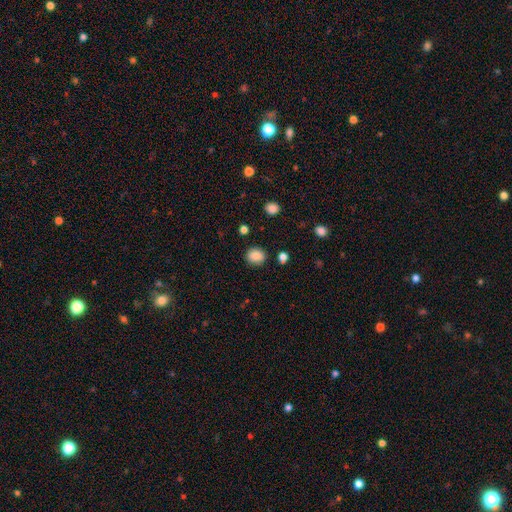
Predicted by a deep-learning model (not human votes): Smooth or featured? smooth (86%)
How rounded? round (63%)
Merging? none (85%)